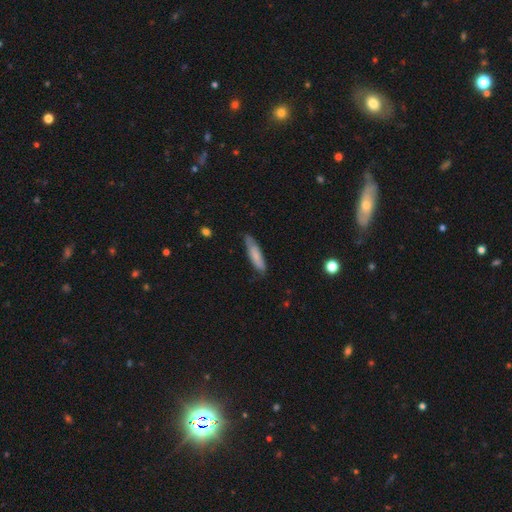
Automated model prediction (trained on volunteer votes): The model was most divided on "how rounded": cigar-shaped: 73%, in between: 25%, round: 1%. More confident: smooth or featured — smooth (75%); merging — none (73%).